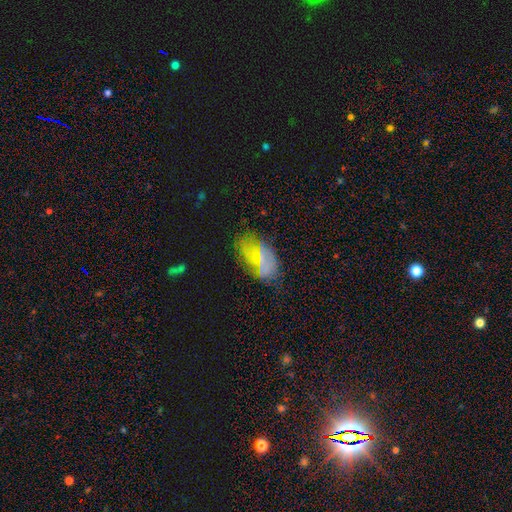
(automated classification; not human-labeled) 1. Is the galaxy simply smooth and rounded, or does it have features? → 42% smooth, 33% featured or disk, 25% star or artifact.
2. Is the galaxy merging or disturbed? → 63% none, 23% minor disturbance, 10% major disturbance, 3% merger.